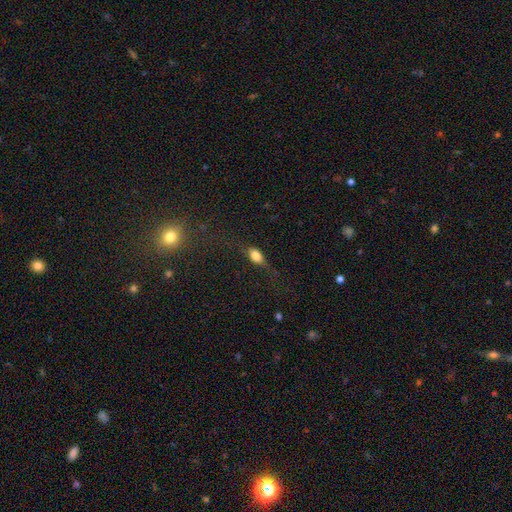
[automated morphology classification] Overall: smooth (71%). How rounded: in between (79%). Merging: none (53%; minor disturbance 24%).